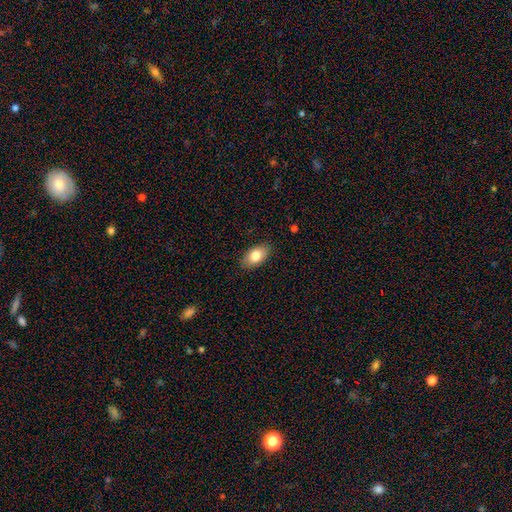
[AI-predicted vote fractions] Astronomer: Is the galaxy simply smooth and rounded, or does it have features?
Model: smooth — 81%.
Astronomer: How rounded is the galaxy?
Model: in between — 92%.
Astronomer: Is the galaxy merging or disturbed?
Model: none — 87%.